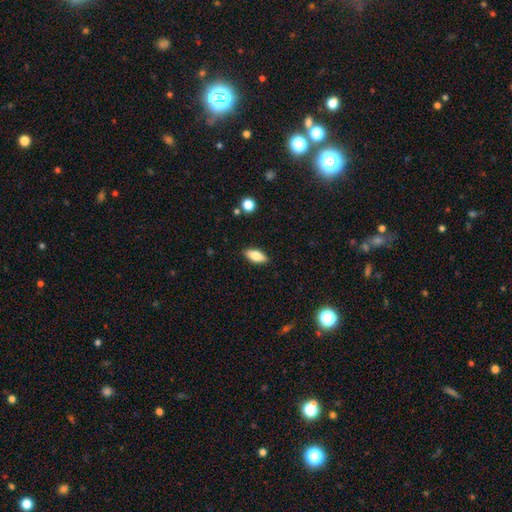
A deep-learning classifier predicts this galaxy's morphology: smooth 75%, featured or disk 18%, star or artifact 7%. Down the decision tree: how rounded — in between (81%); merging — none (88%).